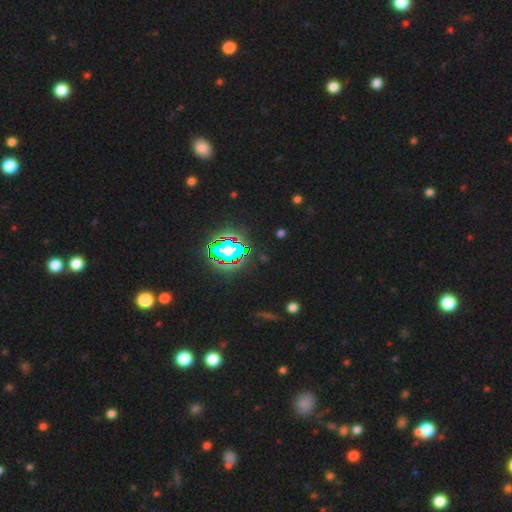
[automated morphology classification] Smooth or featured? Predicted: star or artifact (p=0.79).